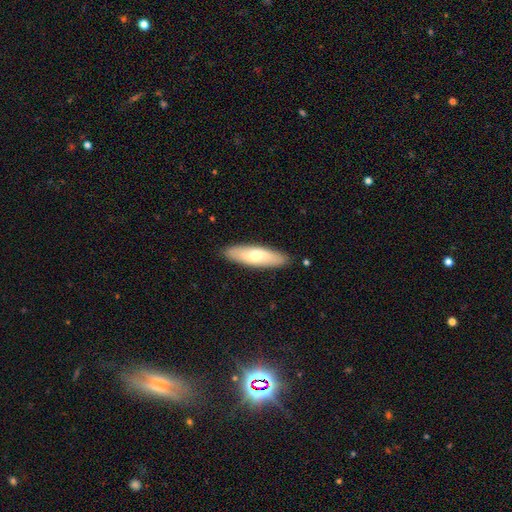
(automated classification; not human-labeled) Smooth or featured? smooth (61%)
How rounded? cigar-shaped (57%)
Merging? none (89%)